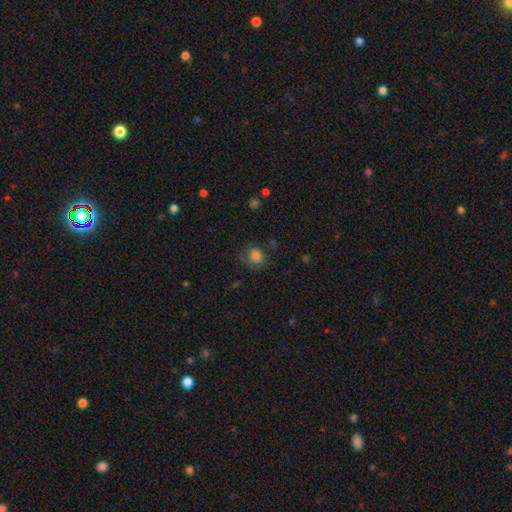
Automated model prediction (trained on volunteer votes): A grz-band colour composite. It shows a smooth galaxy with no disk features (77%) that is round (76%). Merging: none (63%).